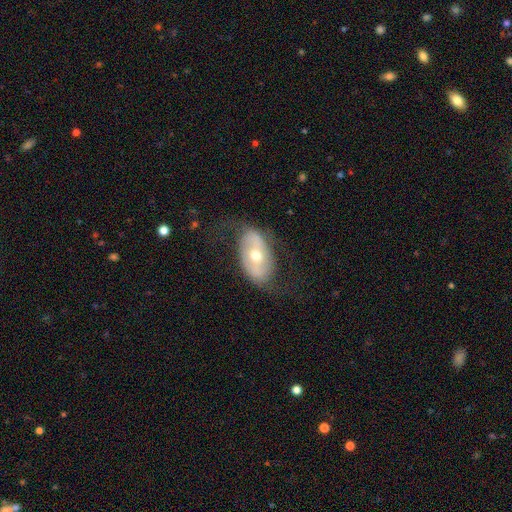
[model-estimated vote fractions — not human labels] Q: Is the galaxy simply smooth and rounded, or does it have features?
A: featured or disk — 65%.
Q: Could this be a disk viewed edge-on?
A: no — 92%.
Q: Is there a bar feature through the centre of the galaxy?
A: no — 50%.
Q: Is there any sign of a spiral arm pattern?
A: yes — 67%.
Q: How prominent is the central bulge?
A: moderate — 61%.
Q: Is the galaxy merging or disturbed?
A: none — 63%.